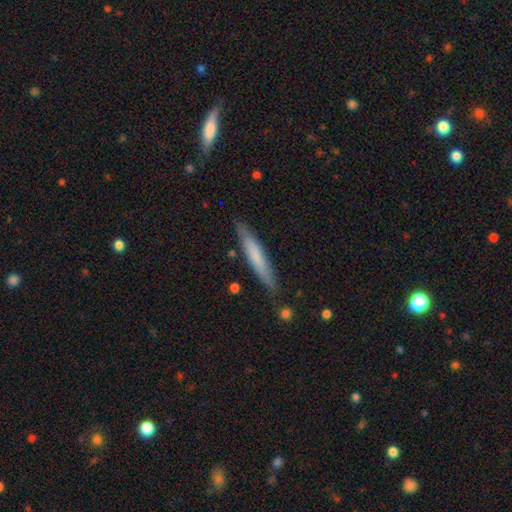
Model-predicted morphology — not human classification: A smooth galaxy with no disk features (63%) that is cigar-shaped (93%).

Vote fractions:
- Smooth or featured? smooth: 63% / featured or disk: 31% / star or artifact: 6%
- How rounded? cigar-shaped: 93% / in between: 6% / round: 1%
- Merging? none: 84% / minor disturbance: 12% / major disturbance: 2% / merger: 2%